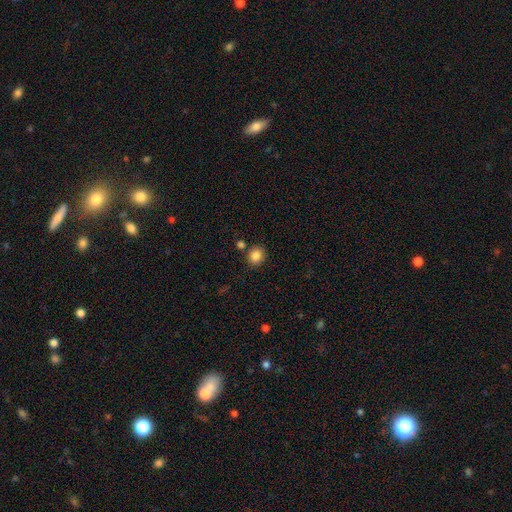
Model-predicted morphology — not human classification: Smooth or featured?
  - smooth: 85% *
  - star or artifact: 10%
  - featured or disk: 5%
How rounded?
  - round: 82% *
  - in between: 17%
  - cigar-shaped: 1%
Merging?
  - none: 82% *
  - minor disturbance: 9%
  - merger: 7%
  - major disturbance: 3%